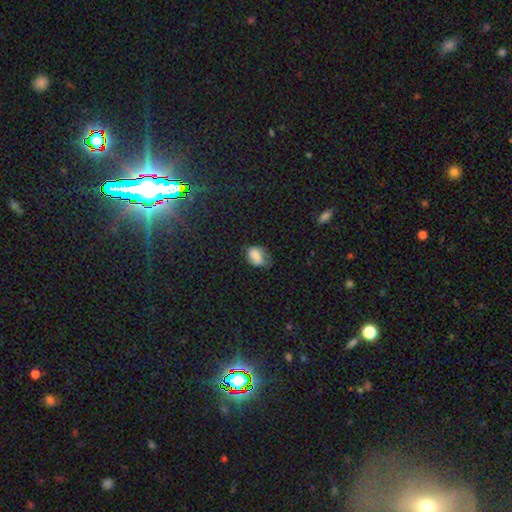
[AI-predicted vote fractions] This is likely a smooth galaxy (78%). How rounded: likely in between (78%). Merging: marginally minor disturbance (41%).